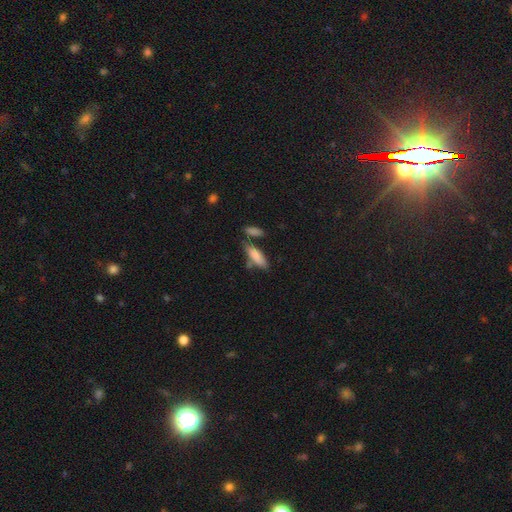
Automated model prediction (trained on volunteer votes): The model was most divided on "how rounded": in between: 51%, cigar-shaped: 46%, round: 2%. More confident: smooth or featured — smooth (81%); merging — none (62%).